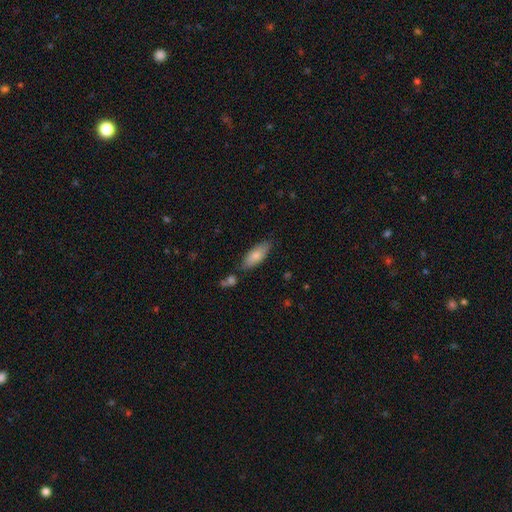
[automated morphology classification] smooth_or_featured: smooth (p=0.79) [alt: featured or disk p=0.14]
how_rounded: in between (p=0.74) [alt: cigar-shaped p=0.24]
merging: none (p=0.75) [alt: minor disturbance p=0.16]